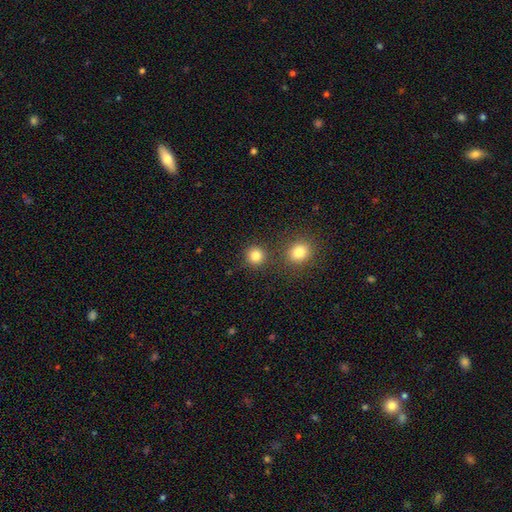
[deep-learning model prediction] This is clearly a smooth galaxy (83%). How rounded: clearly round (91%). Merging: clearly none (83%).